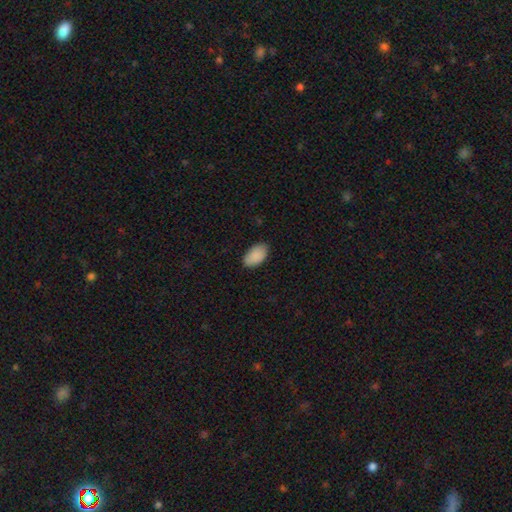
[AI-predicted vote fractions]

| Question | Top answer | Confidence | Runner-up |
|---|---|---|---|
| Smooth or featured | smooth | 90% | star or artifact (6%) |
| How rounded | in between | 95% | round (4%) |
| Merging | none | 84% | minor disturbance (13%) |